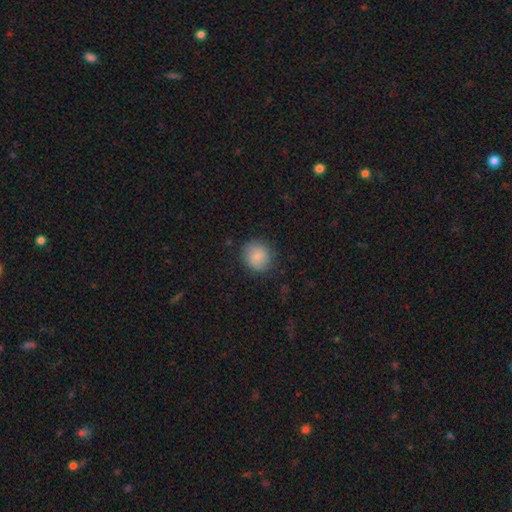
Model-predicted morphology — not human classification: Smooth or featured: smooth — 84% (featured or disk — 9%)
How rounded: round — 87% (in between — 12%)
Merging: none — 84% (minor disturbance — 12%)